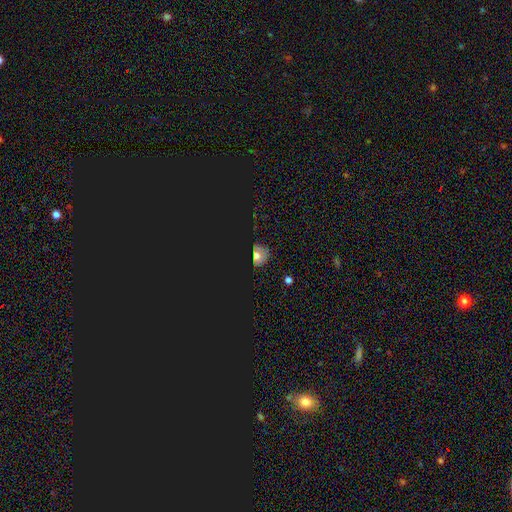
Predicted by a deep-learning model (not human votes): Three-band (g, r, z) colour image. It shows a star or artifact, not a galaxy (59%).